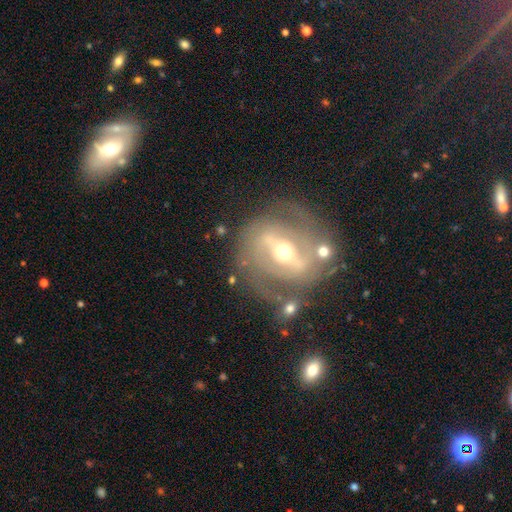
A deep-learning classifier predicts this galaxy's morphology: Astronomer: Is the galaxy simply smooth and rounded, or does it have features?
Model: featured or disk — 84%.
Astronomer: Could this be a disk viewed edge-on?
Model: no — 94%.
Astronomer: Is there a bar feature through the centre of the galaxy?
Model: strong — 56% (runner-up: weak, 32%).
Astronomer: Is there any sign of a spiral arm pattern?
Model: yes — 87%.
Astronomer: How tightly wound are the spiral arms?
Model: tight — 46% (runner-up: medium, 40%).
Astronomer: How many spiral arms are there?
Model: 2 — 65%.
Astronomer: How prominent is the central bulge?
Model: moderate — 64%.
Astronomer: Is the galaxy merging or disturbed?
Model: none — 65%.